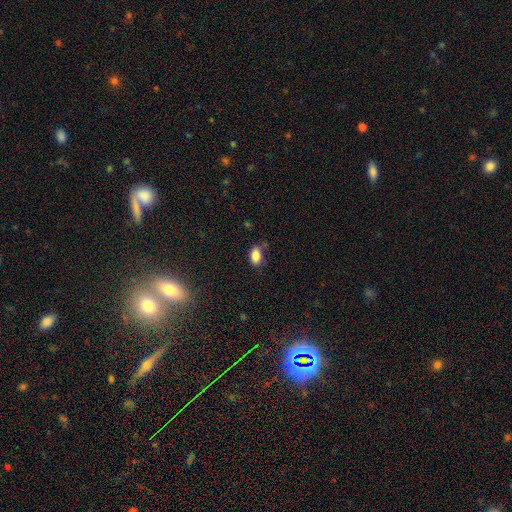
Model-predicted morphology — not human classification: Smooth or featured? Predicted: smooth (p=0.86). How rounded? Predicted: in between (p=0.89). Merging? Predicted: none (p=0.72).